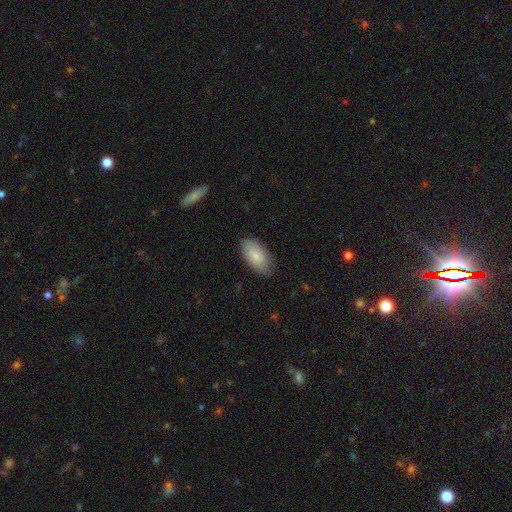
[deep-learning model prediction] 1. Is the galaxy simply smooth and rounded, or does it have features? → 83% smooth, 11% featured or disk, 6% star or artifact.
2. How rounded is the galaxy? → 94% in between, 3% cigar-shaped, 3% round.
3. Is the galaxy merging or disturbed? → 79% none, 17% minor disturbance, 3% major disturbance, 1% merger.